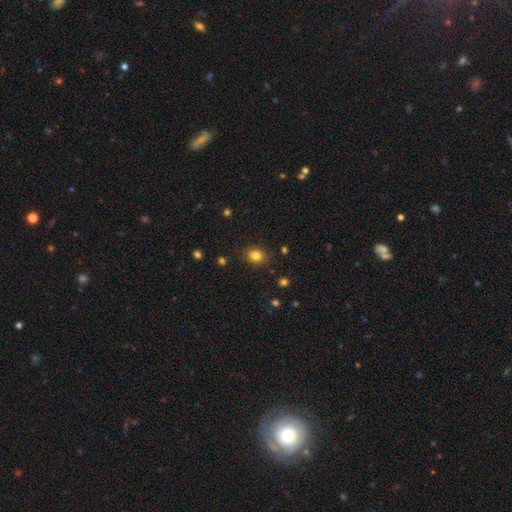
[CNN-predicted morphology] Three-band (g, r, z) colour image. It shows a smooth galaxy with no disk features (82%) that is round (52%). Merging: none (85%).